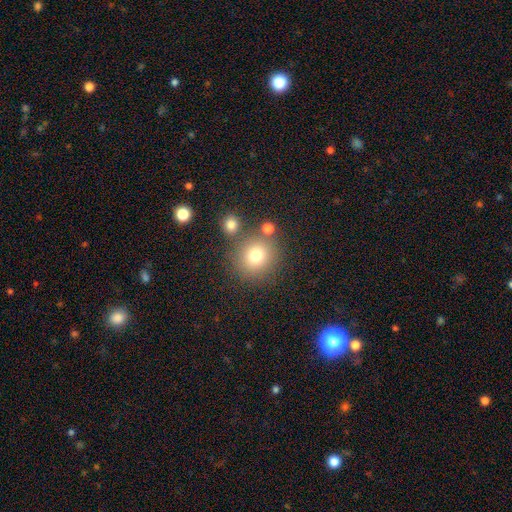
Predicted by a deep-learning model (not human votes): Smooth or featured?
  - smooth: 75% *
  - star or artifact: 15%
  - featured or disk: 10%
How rounded?
  - round: 91% *
  - in between: 8%
  - cigar-shaped: 1%
Merging?
  - none: 76% *
  - merger: 11%
  - minor disturbance: 9%
  - major disturbance: 4%